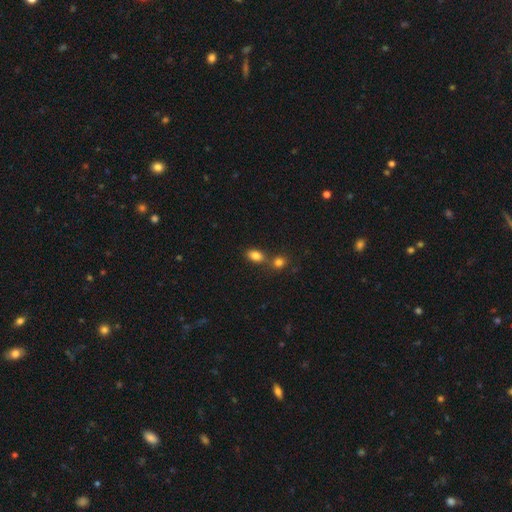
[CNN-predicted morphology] Smooth or featured?
  - smooth: 83% *
  - star or artifact: 11%
  - featured or disk: 7%
How rounded?
  - in between: 82% *
  - round: 16%
  - cigar-shaped: 2%
Merging?
  - none: 56% *
  - merger: 31%
  - minor disturbance: 10%
  - major disturbance: 3%